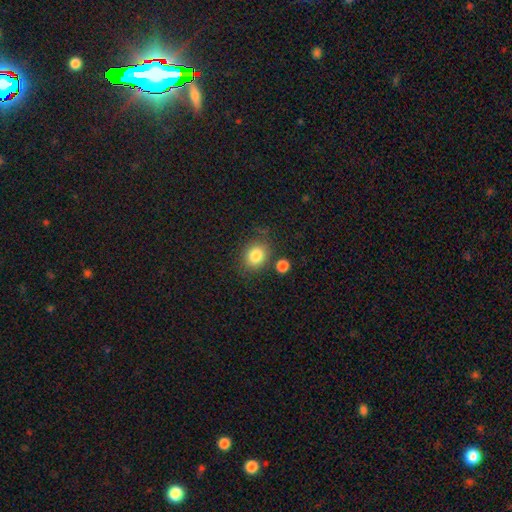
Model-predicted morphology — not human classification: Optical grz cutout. It shows a smooth galaxy with no disk features (83%) that is round (61%). Merging: none (74%).